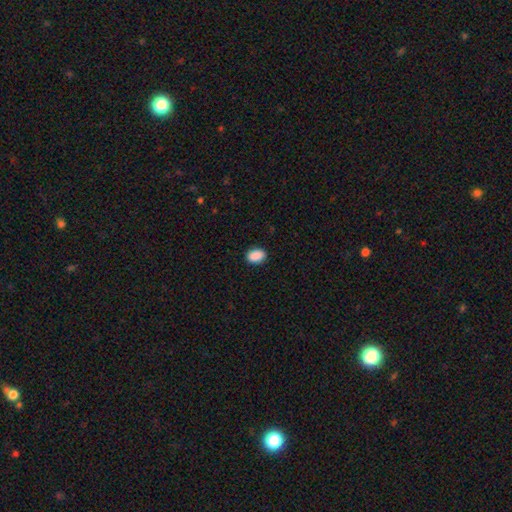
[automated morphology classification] smooth-or-featured: smooth: 90% | star or artifact: 8% | featured or disk: 2%
  how-rounded: in between: 83% | round: 16% | cigar-shaped: 1%
  merging: none: 89% | minor disturbance: 8% | major disturbance: 2% | merger: 1%